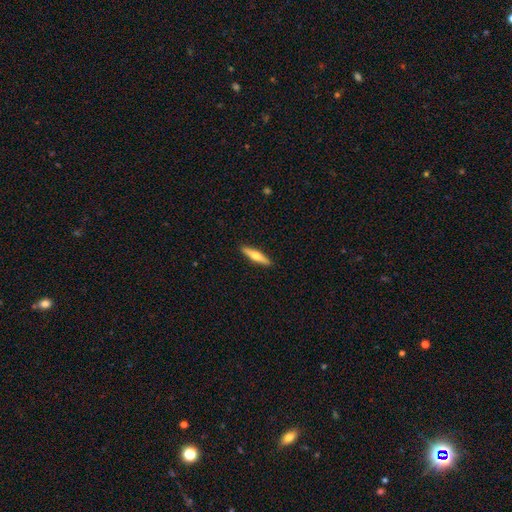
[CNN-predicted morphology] Smooth or featured? Predicted: smooth (p=0.51). How rounded? Predicted: cigar-shaped (p=0.83). Merging? Predicted: none (p=0.91).